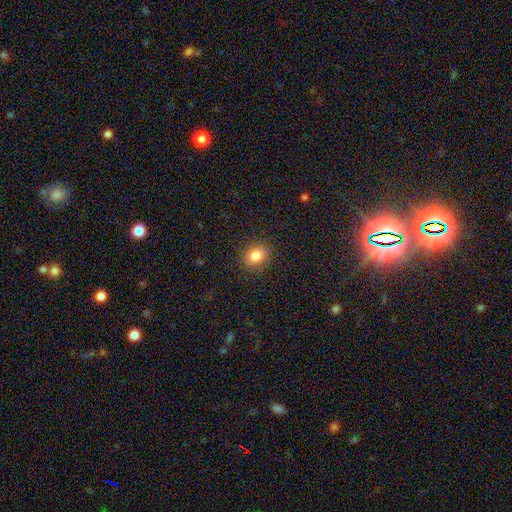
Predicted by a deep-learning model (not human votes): A smooth galaxy with no disk features (83%) that is round (50%).

Vote fractions:
- Smooth or featured? smooth: 83% / star or artifact: 11% / featured or disk: 6%
- How rounded? round: 50% / in between: 49% / cigar-shaped: 1%
- Merging? none: 89% / minor disturbance: 8% / major disturbance: 3% / merger: 1%